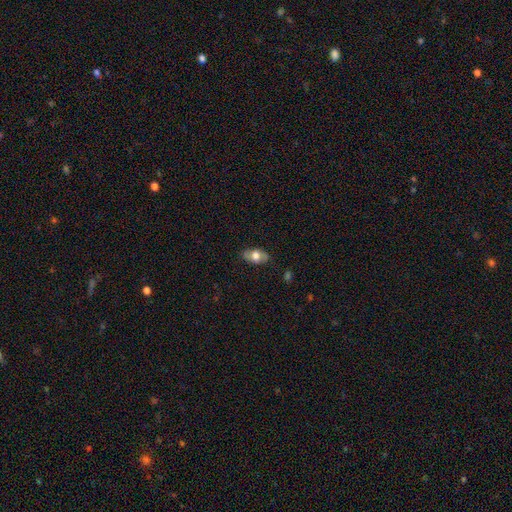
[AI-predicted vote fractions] This appears to be a smooth galaxy with no disk features (63%) that is in between round and cigar-shaped (89%). Merging: none (79%).